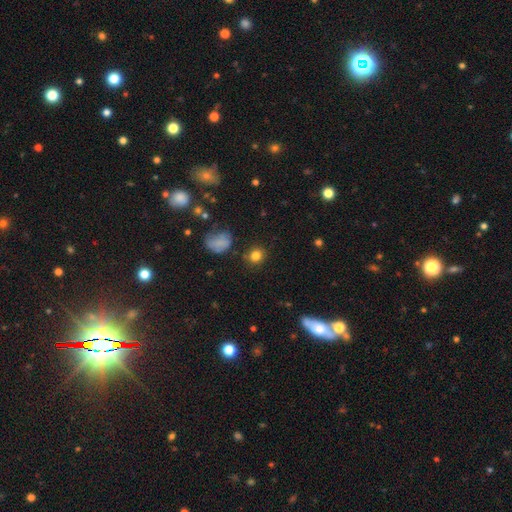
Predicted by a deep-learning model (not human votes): smooth-or-featured: smooth: 81% | star or artifact: 13% | featured or disk: 6%
  how-rounded: round: 80% | in between: 18% | cigar-shaped: 1%
  merging: none: 84% | minor disturbance: 10% | major disturbance: 3% | merger: 2%